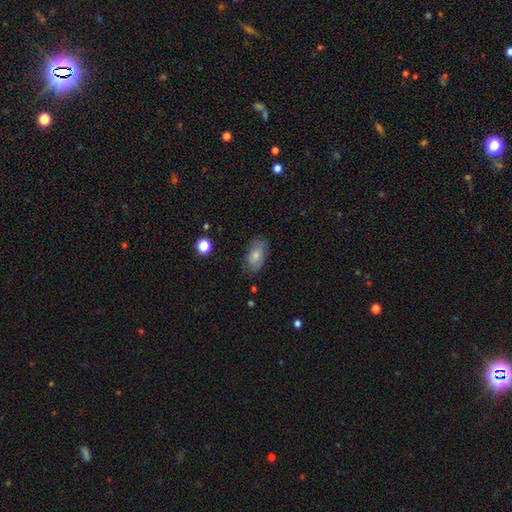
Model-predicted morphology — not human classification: This is likely a smooth galaxy (75%). How rounded: clearly in between (91%). Merging: likely none (74%).